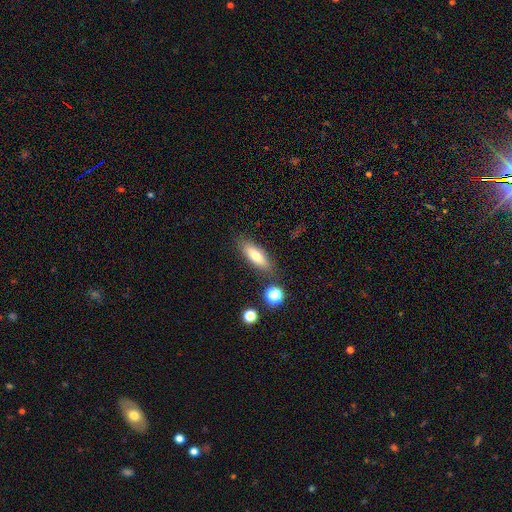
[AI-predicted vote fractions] Q: Smooth or featured?
A: smooth (71%); runner-up: featured or disk (20%)
Q: How rounded?
A: in between (60%); runner-up: cigar-shaped (37%)
Q: Merging?
A: none (81%); runner-up: minor disturbance (12%)